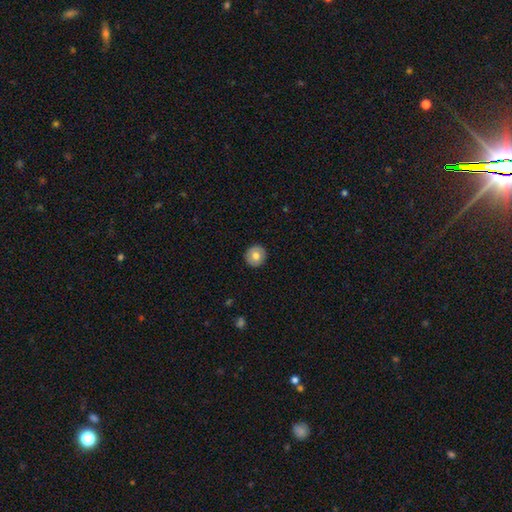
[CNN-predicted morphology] This appears to be a smooth galaxy with no disk features (72%) that is round (93%). Merging: none (91%).